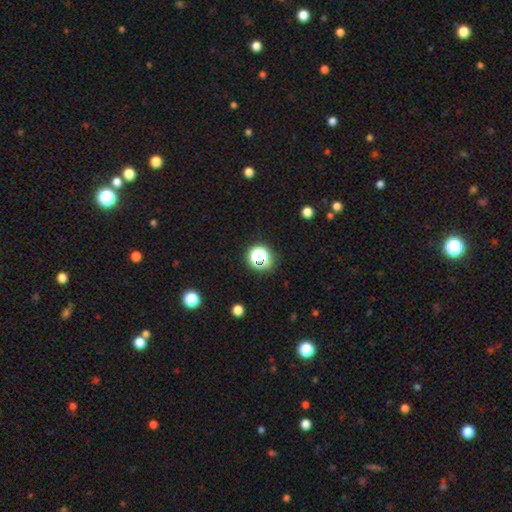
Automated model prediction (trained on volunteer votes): A star or artifact, not a galaxy (47%).